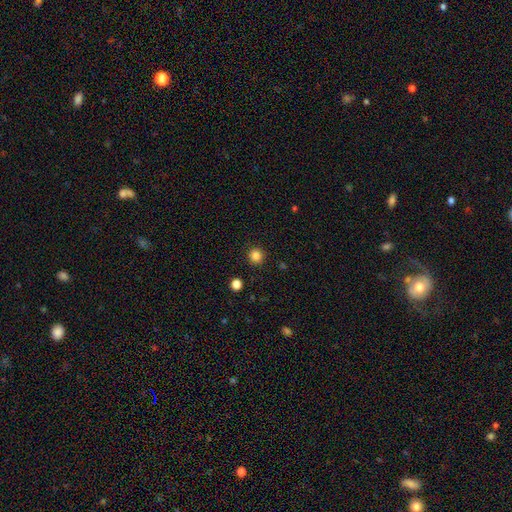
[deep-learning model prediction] Morphology: type=smooth (84%); roundness=round (95%); merging=none (93%).